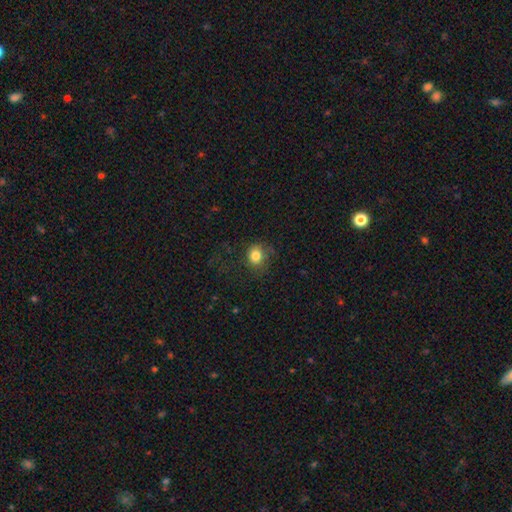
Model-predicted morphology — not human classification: Overall: smooth (81%). How rounded: round (74%). Merging: none (68%).